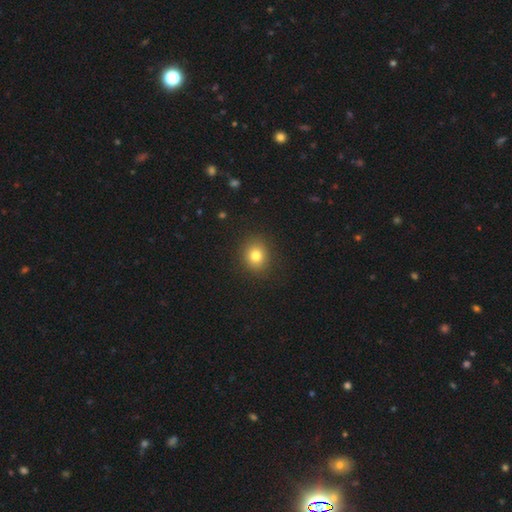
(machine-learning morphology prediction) The model was most divided on "how rounded": round: 74%, in between: 25%, cigar-shaped: 1%. More confident: merging — none (89%); smooth or featured — smooth (80%).